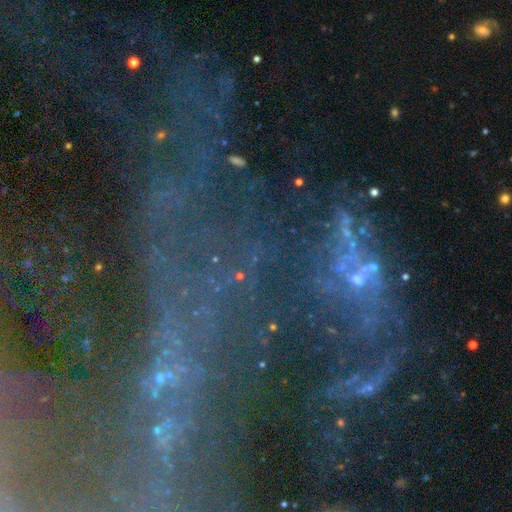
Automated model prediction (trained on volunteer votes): smooth-or-featured: star or artifact: 63% | featured or disk: 26% | smooth: 11%